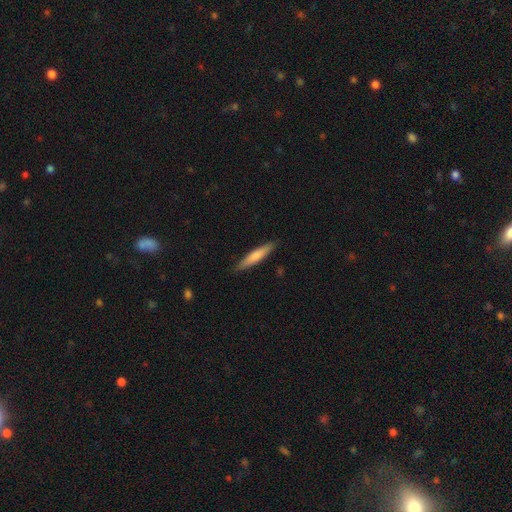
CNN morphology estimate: The model was most divided on "smooth or featured": smooth: 71%, featured or disk: 24%, star or artifact: 5%. More confident: how rounded — cigar-shaped (90%); merging — none (89%).